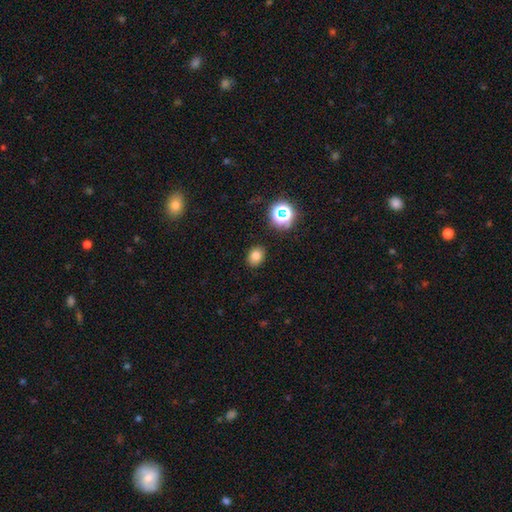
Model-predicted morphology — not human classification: smooth-or-featured: smooth: 78% | star or artifact: 15% | featured or disk: 7%
  how-rounded: in between: 53% | round: 46% | cigar-shaped: 1%
  merging: none: 88% | minor disturbance: 8% | major disturbance: 2% | merger: 2%